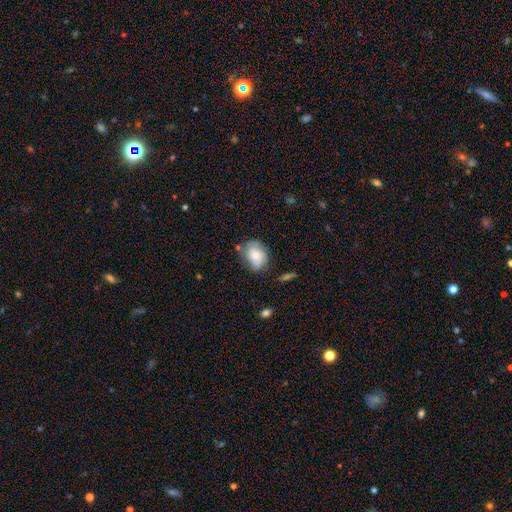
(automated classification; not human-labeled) A smooth galaxy with no disk features (54%) that is in between round and cigar-shaped (58%). Merging: none (58%).